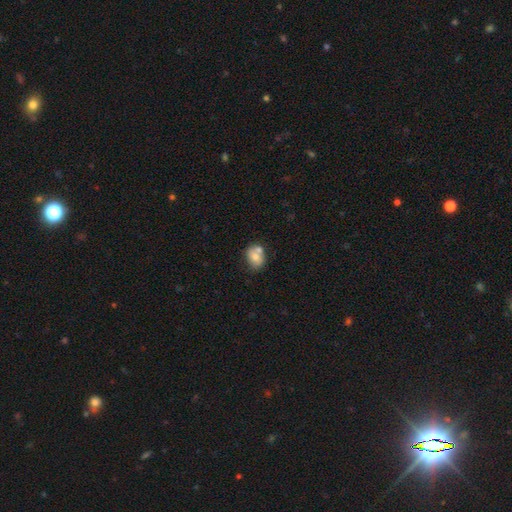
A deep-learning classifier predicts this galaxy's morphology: smooth-or-featured: smooth: 71% | featured or disk: 21% | star or artifact: 9%
  how-rounded: in between: 56% | round: 43% | cigar-shaped: 1%
  merging: none: 47% | merger: 34% | minor disturbance: 15% | major disturbance: 4%